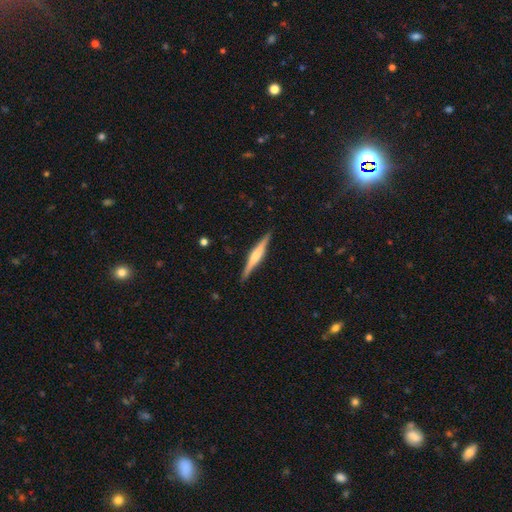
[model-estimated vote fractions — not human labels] Q: Smooth or featured?
A: featured or disk (70%); runner-up: smooth (25%)
Q: Edge-on disk?
A: yes (98%); runner-up: no (2%)
Q: Edge-on bulge?
A: rounded (64%); runner-up: boxy (26%)
Q: Merging?
A: none (90%); runner-up: minor disturbance (7%)